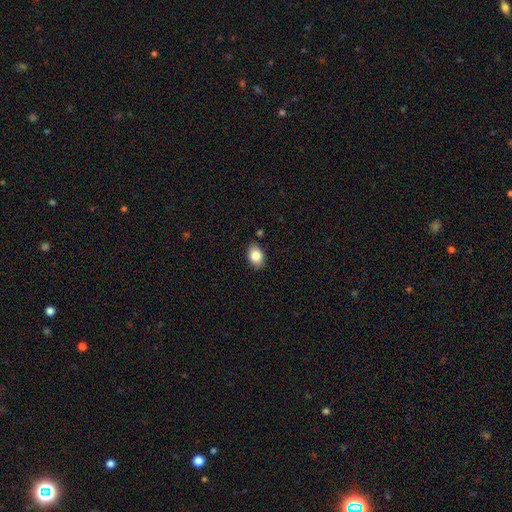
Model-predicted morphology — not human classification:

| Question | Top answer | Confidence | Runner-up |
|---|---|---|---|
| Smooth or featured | smooth | 84% | star or artifact (8%) |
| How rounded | in between | 82% | round (17%) |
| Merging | none | 84% | minor disturbance (12%) |